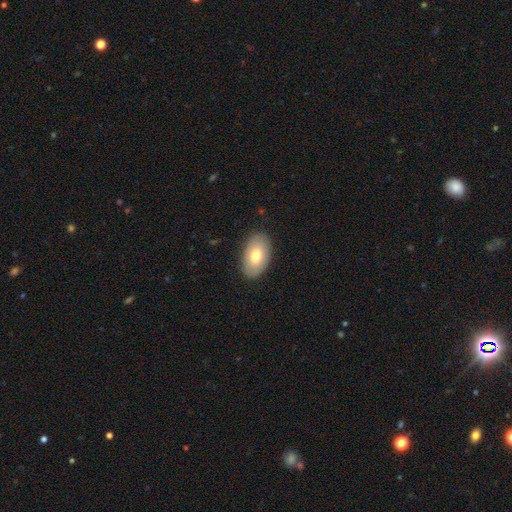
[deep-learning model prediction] smooth_or_featured: smooth (p=0.74) [alt: featured or disk p=0.20]
how_rounded: in between (p=0.94) [alt: round p=0.05]
merging: none (p=0.87) [alt: minor disturbance p=0.10]